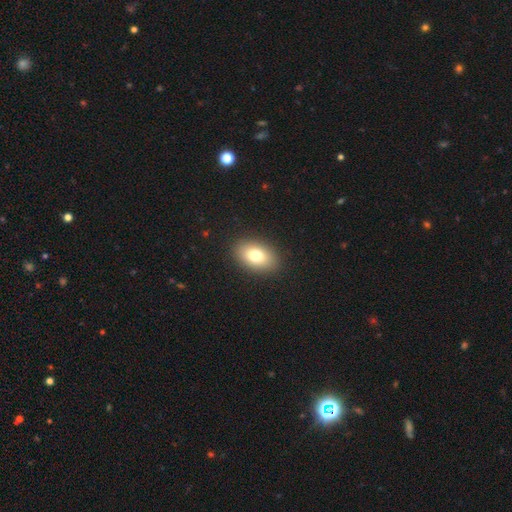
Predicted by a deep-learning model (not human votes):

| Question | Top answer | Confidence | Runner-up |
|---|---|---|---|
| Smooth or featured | smooth | 77% | featured or disk (13%) |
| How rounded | in between | 86% | round (13%) |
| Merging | none | 90% | minor disturbance (7%) |